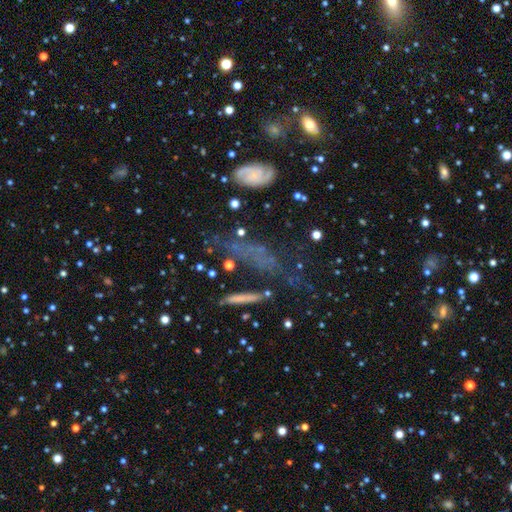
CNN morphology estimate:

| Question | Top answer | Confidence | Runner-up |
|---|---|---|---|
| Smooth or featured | star or artifact | 54% | smooth (26%) |